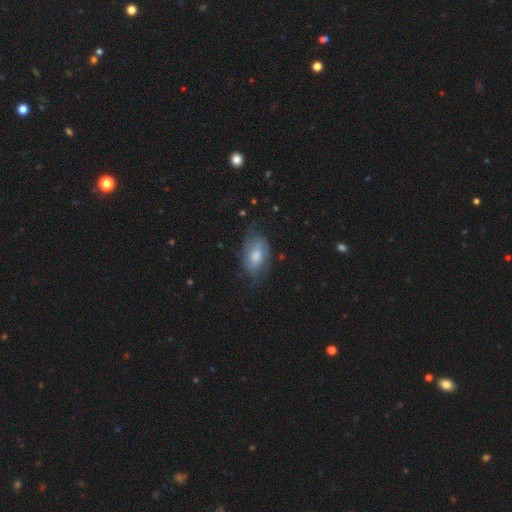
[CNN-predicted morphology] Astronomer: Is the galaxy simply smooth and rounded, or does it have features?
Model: featured or disk — 56% (runner-up: smooth, 36%).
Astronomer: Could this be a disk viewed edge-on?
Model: no — 95%.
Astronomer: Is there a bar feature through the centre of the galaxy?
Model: no — 65%.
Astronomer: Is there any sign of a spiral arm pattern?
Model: yes — 81%.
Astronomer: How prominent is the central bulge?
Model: moderate — 54%.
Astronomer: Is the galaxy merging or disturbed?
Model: none — 59%.